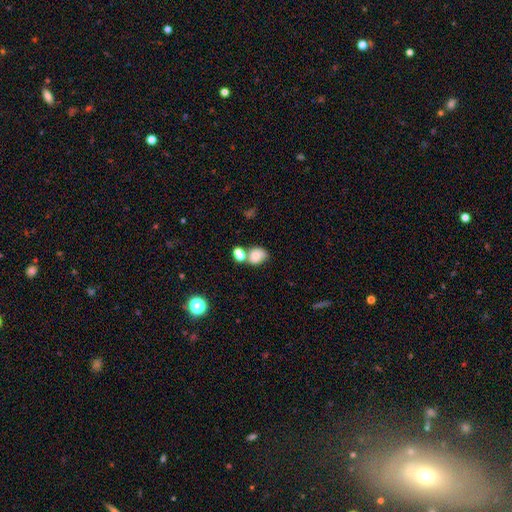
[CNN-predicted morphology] Q: Smooth or featured?
A: smooth (75%); runner-up: featured or disk (14%)
Q: How rounded?
A: in between (59%); runner-up: round (40%)
Q: Merging?
A: merger (39%); runner-up: none (37%)